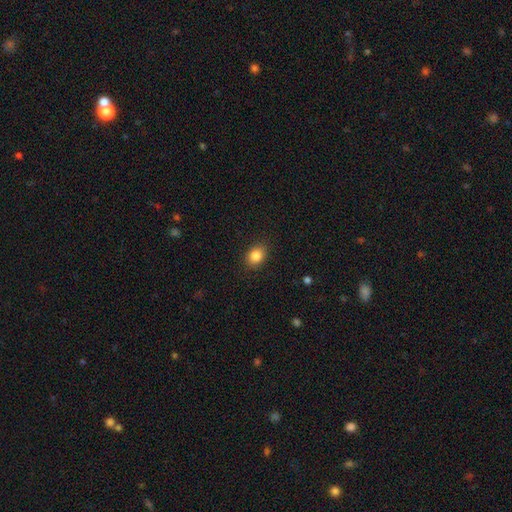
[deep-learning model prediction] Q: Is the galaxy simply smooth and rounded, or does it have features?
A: smooth — 85%.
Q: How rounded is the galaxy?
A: in between — 53%.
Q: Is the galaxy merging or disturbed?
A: none — 88%.